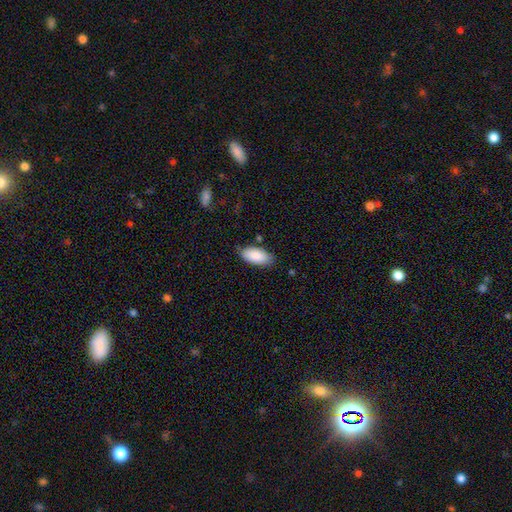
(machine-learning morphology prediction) The model was most divided on "merging": none: 80%, minor disturbance: 15%, major disturbance: 3%, merger: 2%. More confident: how rounded — in between (91%); smooth or featured — smooth (88%).